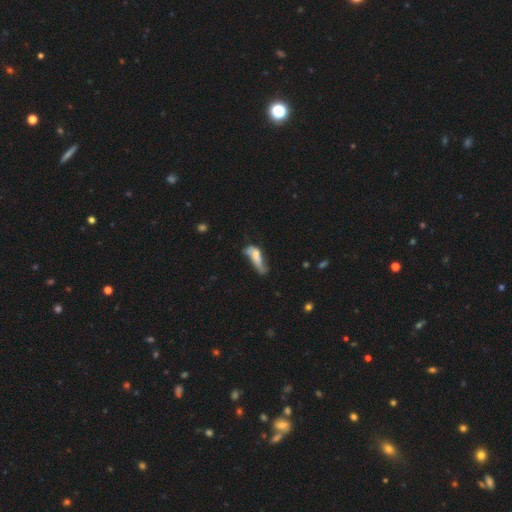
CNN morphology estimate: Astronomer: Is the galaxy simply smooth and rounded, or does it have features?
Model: smooth — 58%.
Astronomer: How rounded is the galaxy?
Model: in between — 54% (runner-up: cigar-shaped, 43%).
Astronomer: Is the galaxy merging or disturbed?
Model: major disturbance — 35% (runner-up: minor disturbance, 24%).